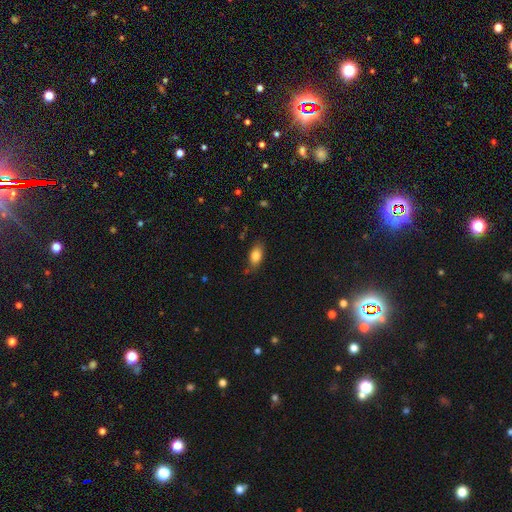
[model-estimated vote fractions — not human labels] Smooth or featured?
  - smooth: 84% *
  - featured or disk: 9%
  - star or artifact: 8%
How rounded?
  - in between: 89% *
  - round: 6%
  - cigar-shaped: 5%
Merging?
  - none: 78% *
  - minor disturbance: 17%
  - major disturbance: 3%
  - merger: 2%